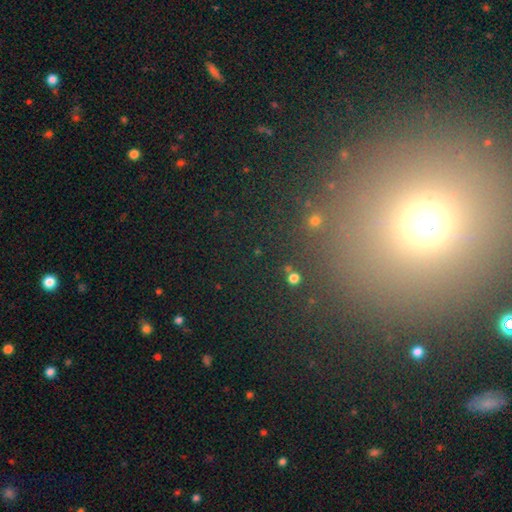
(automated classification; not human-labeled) Morphology: type=star or artifact (55%).